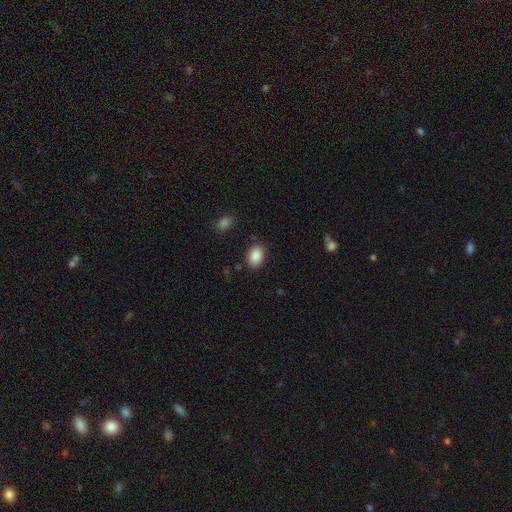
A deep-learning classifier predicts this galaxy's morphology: smooth_or_featured: smooth (p=0.89) [alt: star or artifact p=0.08]
how_rounded: in between (p=0.83) [alt: round p=0.16]
merging: none (p=0.85) [alt: minor disturbance p=0.10]